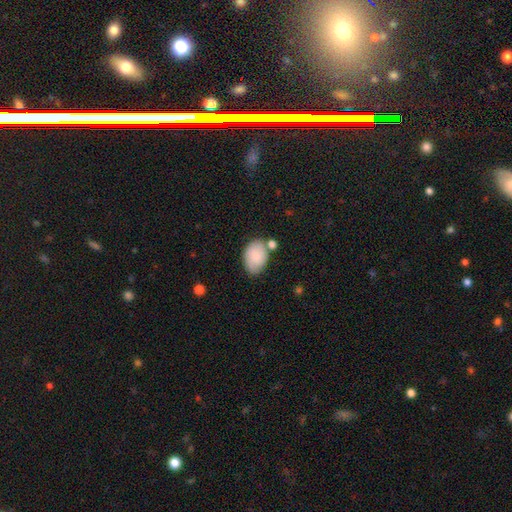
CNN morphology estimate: Smooth or featured?
  - smooth: 84% *
  - featured or disk: 10%
  - star or artifact: 6%
How rounded?
  - in between: 86% *
  - round: 13%
  - cigar-shaped: 1%
Merging?
  - none: 64% *
  - minor disturbance: 19%
  - merger: 12%
  - major disturbance: 4%